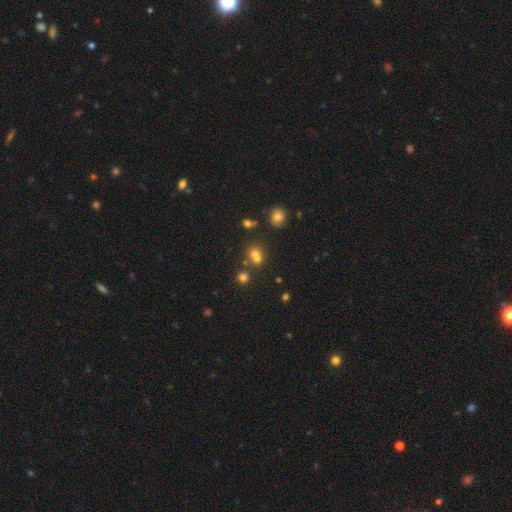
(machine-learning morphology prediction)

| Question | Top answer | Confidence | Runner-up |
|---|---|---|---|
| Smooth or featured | smooth | 65% | star or artifact (23%) |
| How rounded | round | 59% | in between (39%) |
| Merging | merger | 43% | tied: none (43%) |